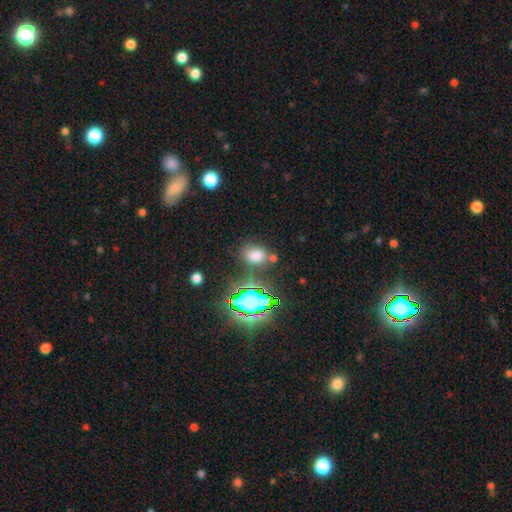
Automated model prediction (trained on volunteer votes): Overall: smooth (67%). How rounded: in between (71%). Merging: none (67%).